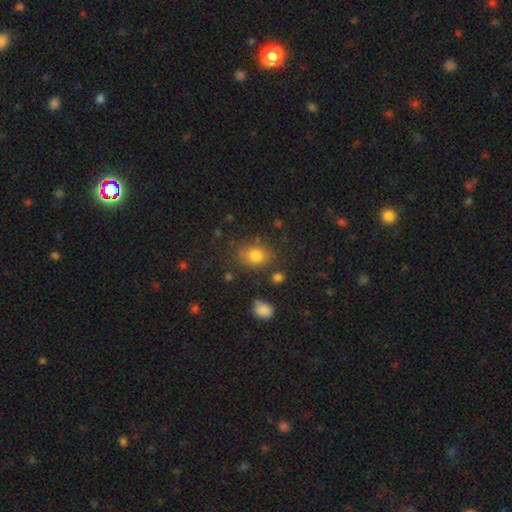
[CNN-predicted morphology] Smooth or featured?
  - smooth: 80% *
  - star or artifact: 12%
  - featured or disk: 8%
How rounded?
  - round: 50% *
  - in between: 48%
  - cigar-shaped: 1%
Merging?
  - none: 76% *
  - minor disturbance: 15%
  - major disturbance: 5%
  - merger: 4%